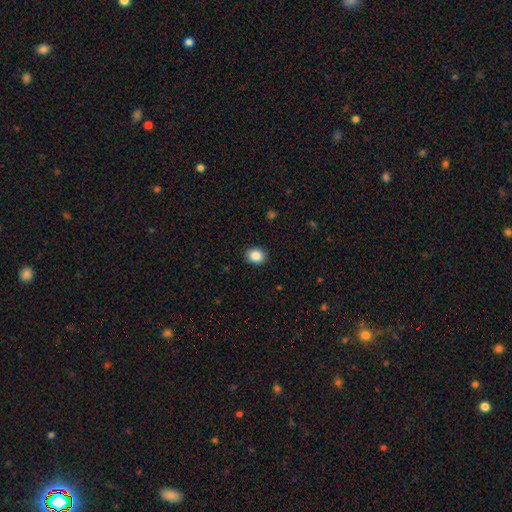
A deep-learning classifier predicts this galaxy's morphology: smooth-or-featured: smooth: 87% | star or artifact: 9% | featured or disk: 4%
  how-rounded: round: 52% | in between: 48% | cigar-shaped: 1%
  merging: none: 90% | minor disturbance: 7% | major disturbance: 2% | merger: 1%